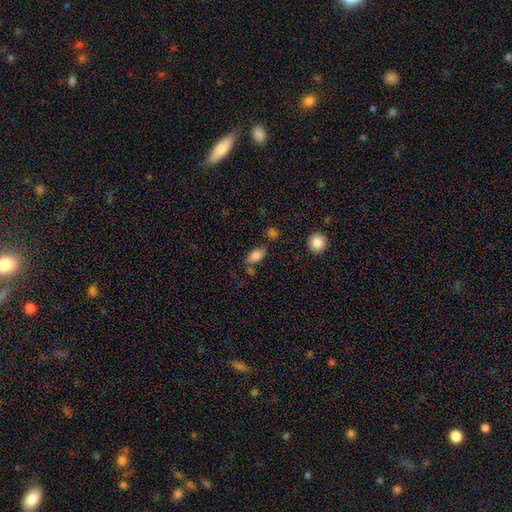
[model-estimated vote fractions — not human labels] A smooth galaxy with no disk features (82%) that is in between round and cigar-shaped (89%). Merging: none (59%).